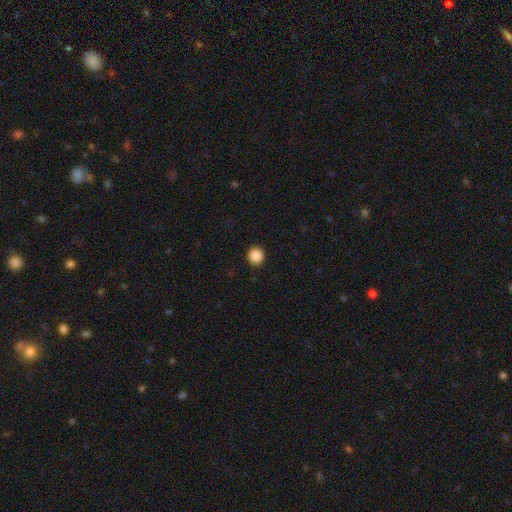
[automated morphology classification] Overall: smooth (88%). How rounded: round (93%). Merging: none (93%).